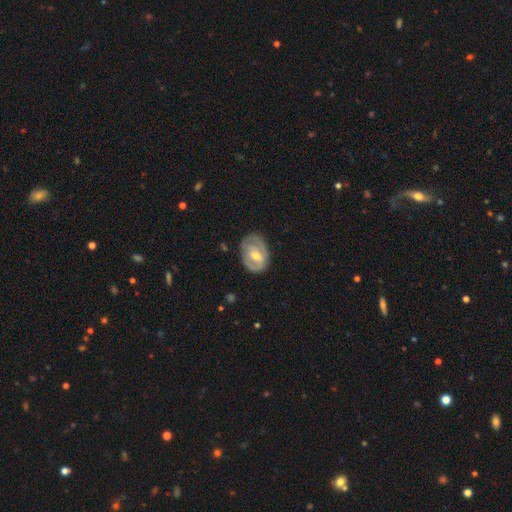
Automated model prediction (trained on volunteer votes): A featured or disk galaxy (61%) with a weak bar (45%), spiral arms (56%) and a moderate central bulge (62%).

Vote fractions:
- Smooth or featured? featured or disk: 61% / smooth: 34% / star or artifact: 5%
- Edge-on disk? no: 95% / yes: 5%
- Bar? weak: 45% / no: 33% / strong: 22%
- Spiral arms? yes: 56% / no: 44%
- Bulge size? moderate: 62% / small: 31% / large: 4% / none: 1% / dominant: 1%
- Merging? none: 68% / minor disturbance: 23% / major disturbance: 8% / merger: 1%